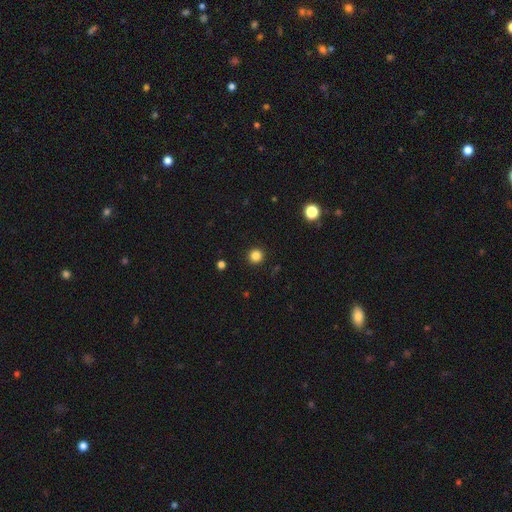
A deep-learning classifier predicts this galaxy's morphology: This is clearly a smooth galaxy (84%). How rounded: clearly round (95%). Merging: clearly none (93%).